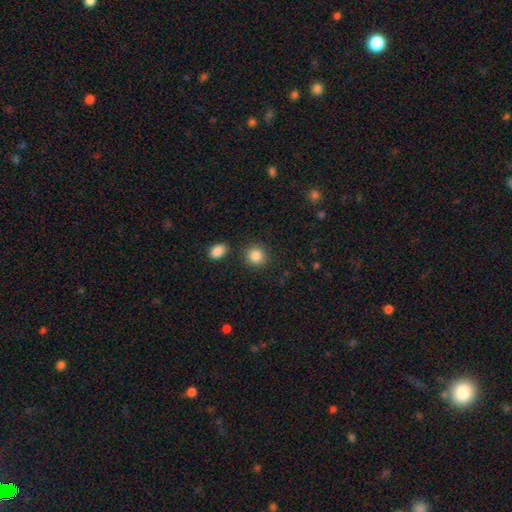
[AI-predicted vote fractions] smooth_or_featured: smooth (p=0.87) [alt: star or artifact p=0.09]
how_rounded: round (p=0.84) [alt: in between p=0.15]
merging: none (p=0.86) [alt: minor disturbance p=0.07]